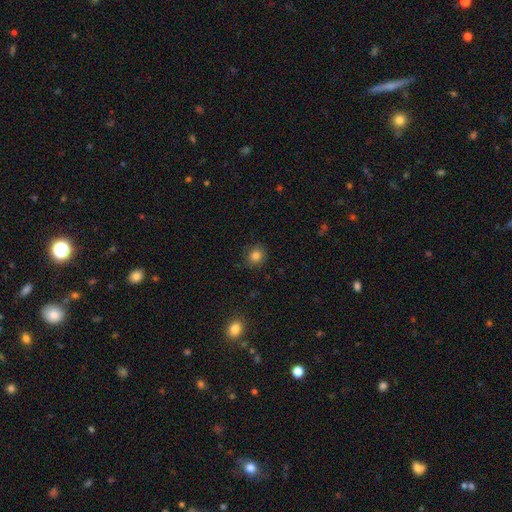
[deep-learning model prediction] Smooth or featured?
  - smooth: 83% *
  - star or artifact: 12%
  - featured or disk: 5%
How rounded?
  - round: 82% *
  - in between: 17%
  - cigar-shaped: 1%
Merging?
  - none: 86% *
  - minor disturbance: 10%
  - major disturbance: 3%
  - merger: 1%